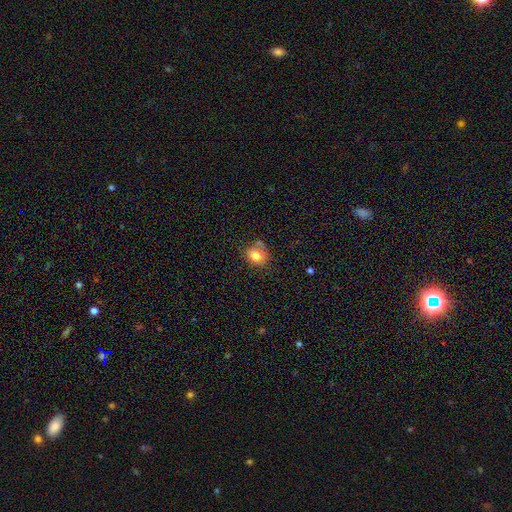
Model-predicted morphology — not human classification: smooth-or-featured: smooth: 78% | featured or disk: 12% | star or artifact: 11%
  how-rounded: round: 65% | in between: 34% | cigar-shaped: 1%
  merging: none: 58% | minor disturbance: 22% | merger: 11% | major disturbance: 8%